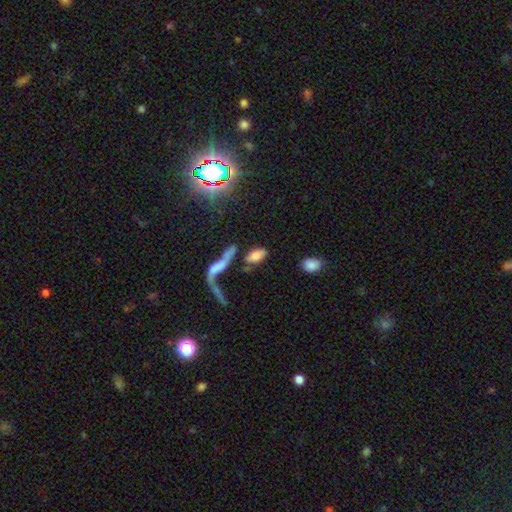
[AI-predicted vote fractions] Overall: smooth (74%). How rounded: in between (90%). Merging: none (49%; merger 25%).